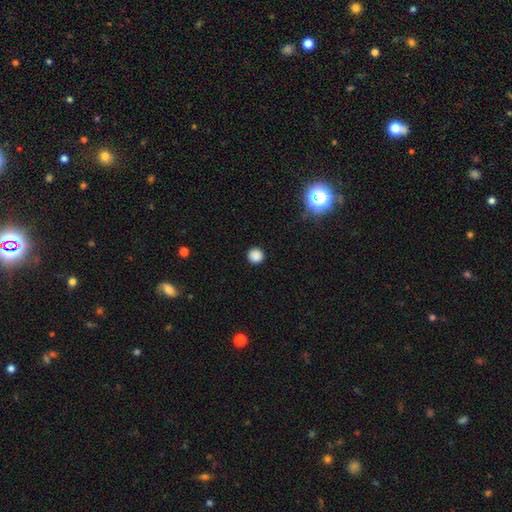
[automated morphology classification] type=smooth (84%); roundness=round (95%); merging=none (92%).